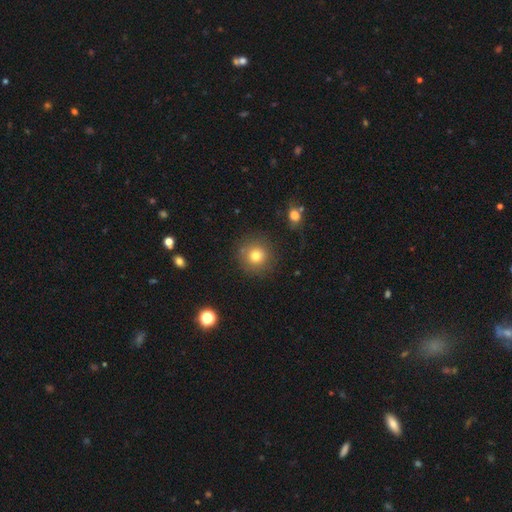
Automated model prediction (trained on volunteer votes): This is likely a smooth galaxy (77%). How rounded: clearly round (93%). Merging: clearly none (84%).